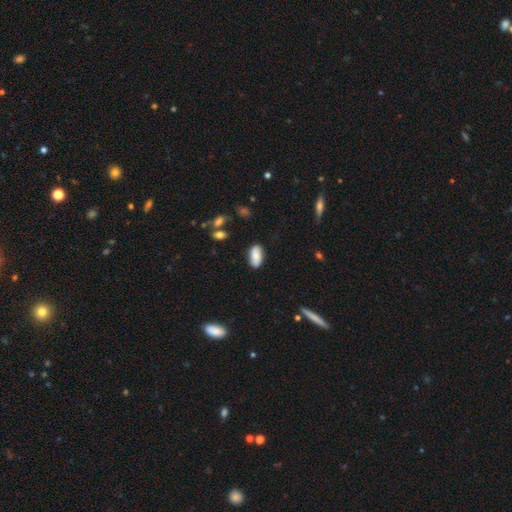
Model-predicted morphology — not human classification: Smooth or featured? Predicted: smooth (p=0.81). How rounded? Predicted: in between (p=0.92). Merging? Predicted: none (p=0.84).